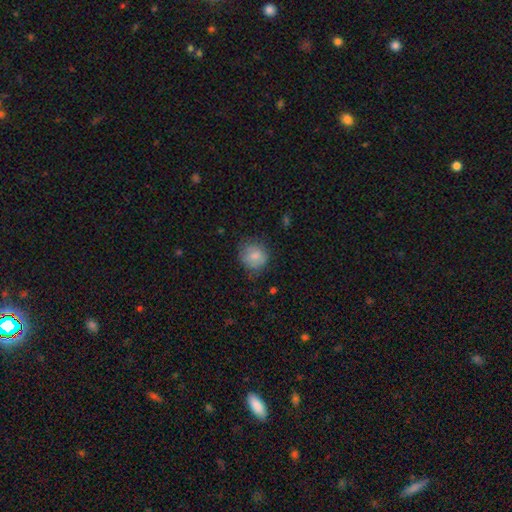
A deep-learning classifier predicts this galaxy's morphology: Smooth or featured? smooth (78%)
How rounded? round (81%)
Merging? none (74%)